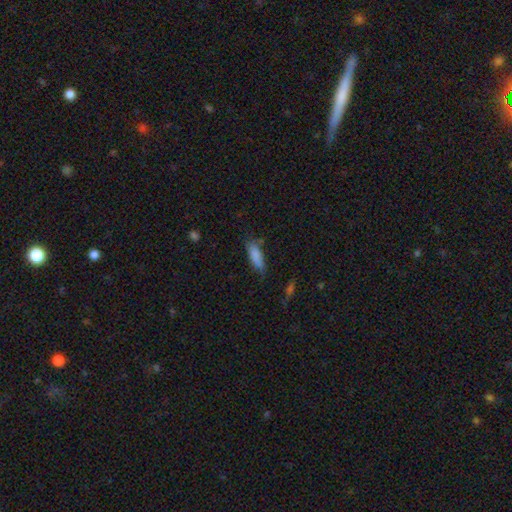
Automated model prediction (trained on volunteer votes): Overall: smooth (84%). How rounded: in between (64%; cigar-shaped 34%). Merging: none (57%; minor disturbance 30%).